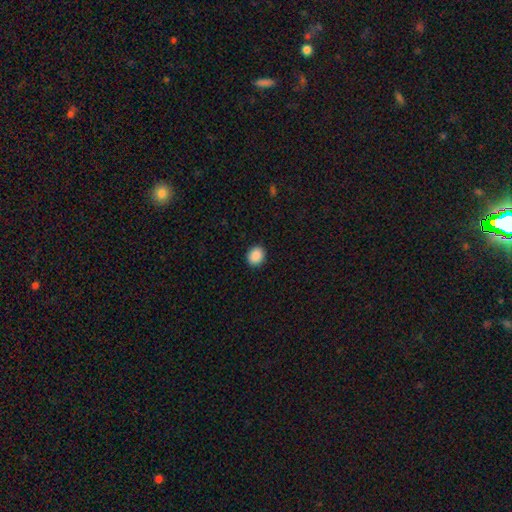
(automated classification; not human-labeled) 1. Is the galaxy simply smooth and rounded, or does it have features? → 90% smooth, 8% star or artifact, 2% featured or disk.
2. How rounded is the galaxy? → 65% round, 35% in between, 1% cigar-shaped.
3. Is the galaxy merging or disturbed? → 91% none, 6% minor disturbance, 2% major disturbance, 1% merger.